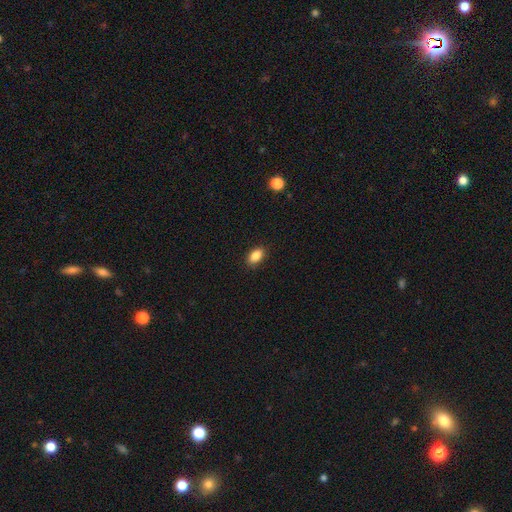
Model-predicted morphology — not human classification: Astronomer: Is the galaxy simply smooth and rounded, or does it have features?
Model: smooth — 87%.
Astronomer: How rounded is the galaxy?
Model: in between — 90%.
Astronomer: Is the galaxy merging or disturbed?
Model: none — 87%.